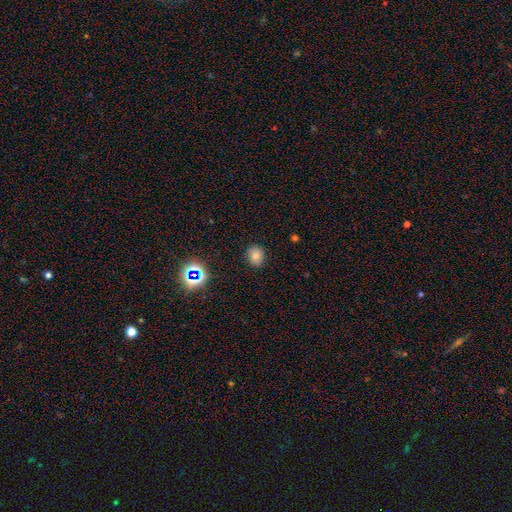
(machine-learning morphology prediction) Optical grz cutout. It shows a smooth galaxy with no disk features (75%) that is round (61%). Merging: none (85%).